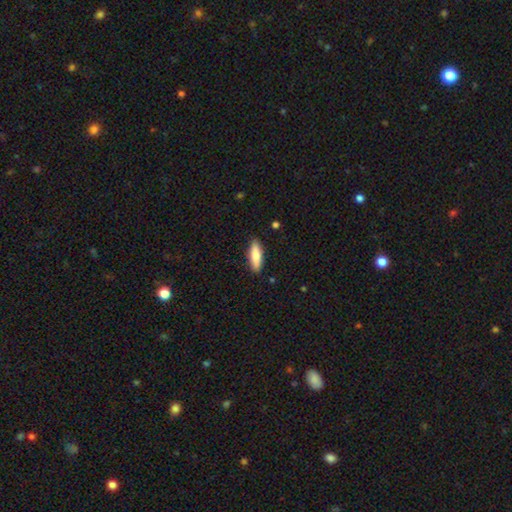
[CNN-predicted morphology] Q: Smooth or featured?
A: smooth (80%); runner-up: featured or disk (14%)
Q: How rounded?
A: in between (51%); runner-up: cigar-shaped (47%)
Q: Merging?
A: none (88%); runner-up: minor disturbance (9%)